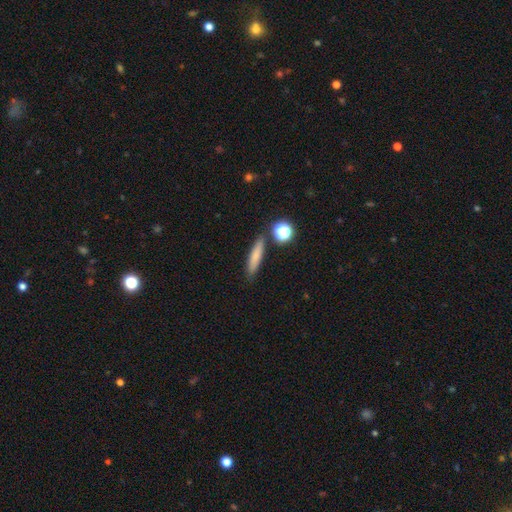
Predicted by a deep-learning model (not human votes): The model was most divided on "smooth or featured": smooth: 75%, featured or disk: 15%, star or artifact: 10%. More confident: merging — none (81%); how rounded — cigar-shaped (79%).